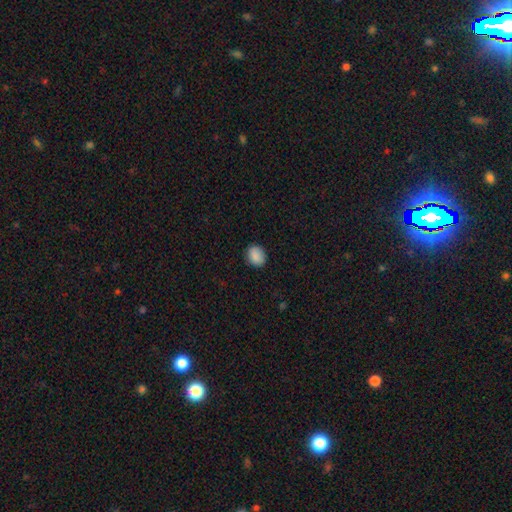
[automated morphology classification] A smooth galaxy with no disk features (89%) that is round (55%). Merging: none (87%).